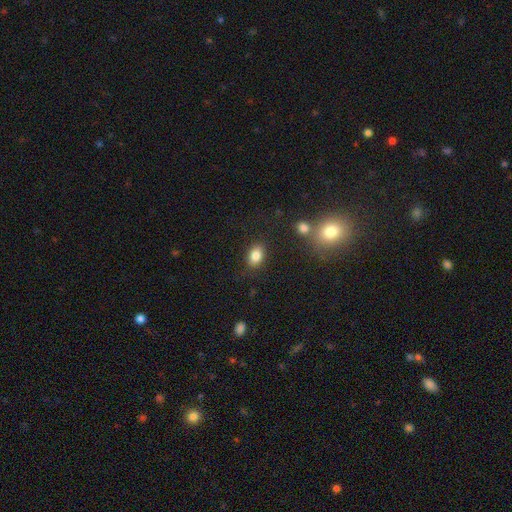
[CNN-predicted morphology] smooth-or-featured: smooth: 84% | star or artifact: 9% | featured or disk: 7%
  how-rounded: in between: 80% | round: 19% | cigar-shaped: 1%
  merging: none: 83% | minor disturbance: 10% | major disturbance: 3% | merger: 3%